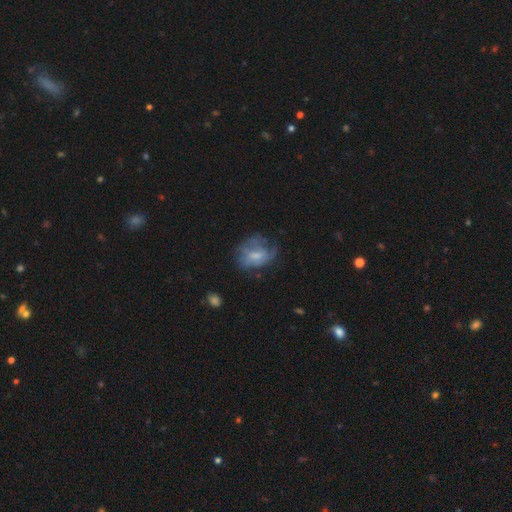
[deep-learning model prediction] Q: Smooth or featured?
A: featured or disk (47%); runner-up: smooth (44%)
Q: Merging?
A: none (44%); runner-up: major disturbance (27%)